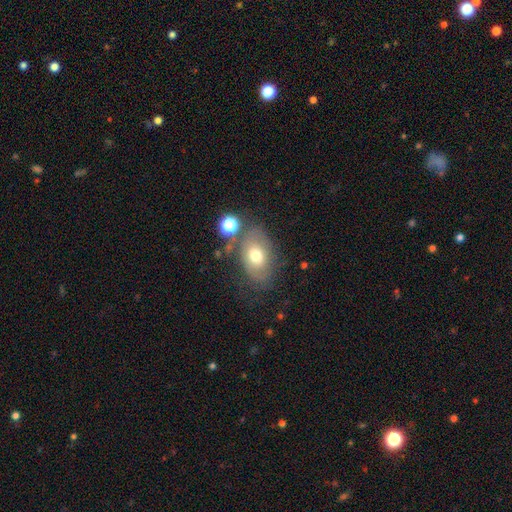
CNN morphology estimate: This appears to be a smooth galaxy with no disk features (60%) that is in between round and cigar-shaped (82%). Merging: none (60%).